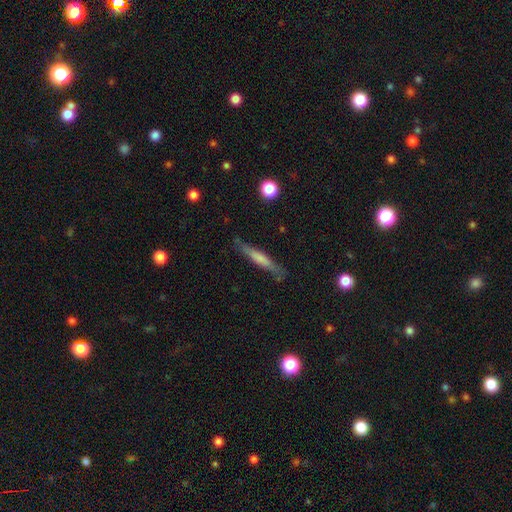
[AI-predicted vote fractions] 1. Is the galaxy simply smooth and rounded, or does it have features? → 49% smooth, 44% featured or disk, 7% star or artifact.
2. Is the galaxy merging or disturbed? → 83% none, 12% minor disturbance, 3% major disturbance, 2% merger.